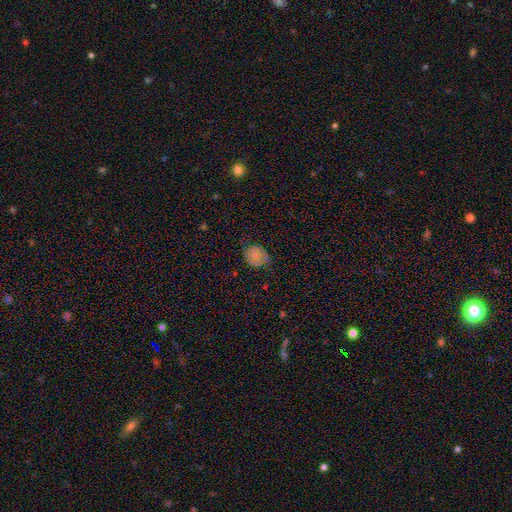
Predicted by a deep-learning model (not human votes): smooth_or_featured: smooth (p=0.68) [alt: featured or disk p=0.22]
how_rounded: round (p=0.65) [alt: in between p=0.34]
merging: none (p=0.61) [alt: minor disturbance p=0.30]